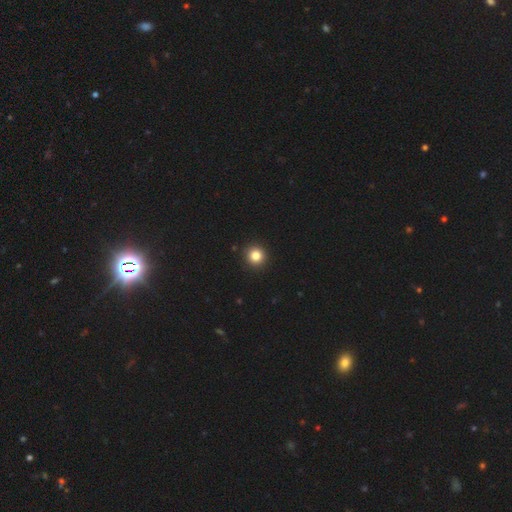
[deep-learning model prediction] Smooth or featured?
  - smooth: 84% *
  - star or artifact: 11%
  - featured or disk: 5%
How rounded?
  - round: 95% *
  - in between: 4%
  - cigar-shaped: 1%
Merging?
  - none: 93% *
  - minor disturbance: 4%
  - major disturbance: 1%
  - merger: 1%